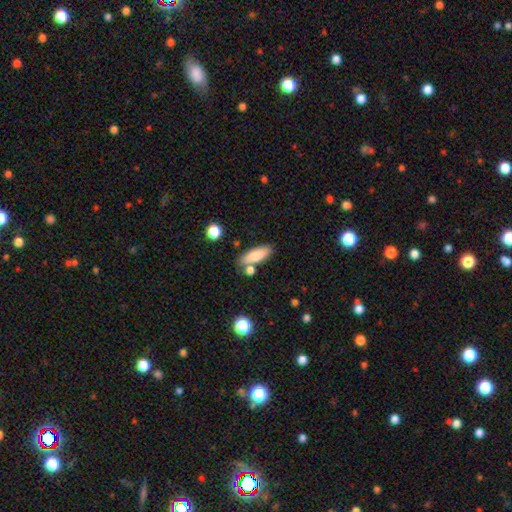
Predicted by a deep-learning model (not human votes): A smooth galaxy with no disk features (80%) that is in between round and cigar-shaped (63%). Merging: none (68%).